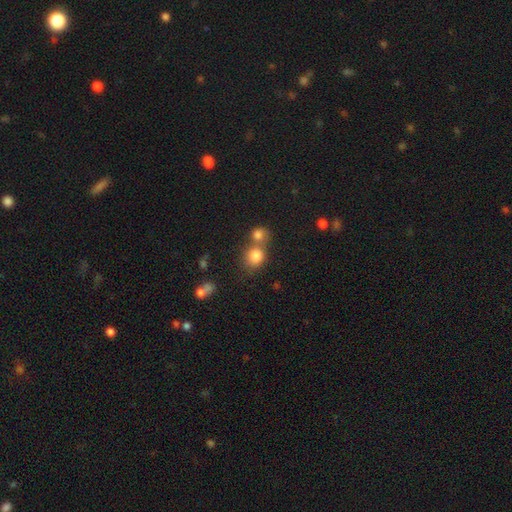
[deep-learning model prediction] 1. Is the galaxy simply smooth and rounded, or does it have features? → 81% smooth, 11% star or artifact, 8% featured or disk.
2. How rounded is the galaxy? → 74% round, 25% in between, 1% cigar-shaped.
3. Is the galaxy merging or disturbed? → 44% merger, 43% none, 9% minor disturbance, 4% major disturbance.